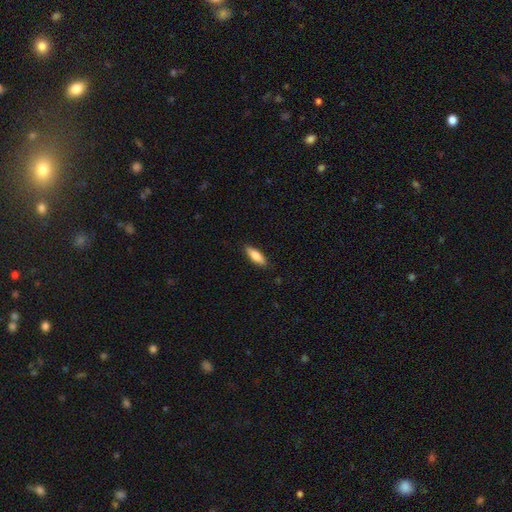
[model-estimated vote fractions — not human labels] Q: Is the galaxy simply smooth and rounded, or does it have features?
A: smooth — 80%.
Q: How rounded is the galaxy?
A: in between — 55%.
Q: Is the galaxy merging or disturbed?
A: none — 87%.